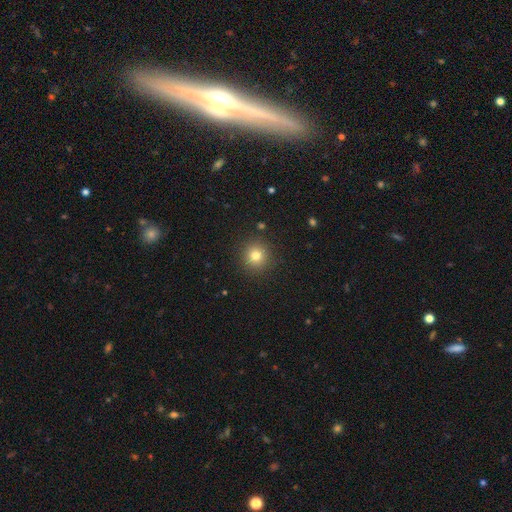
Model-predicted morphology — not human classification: Smooth or featured?
  - smooth: 79% *
  - star or artifact: 14%
  - featured or disk: 8%
How rounded?
  - round: 93% *
  - in between: 6%
  - cigar-shaped: 1%
Merging?
  - none: 90% *
  - minor disturbance: 6%
  - major disturbance: 2%
  - merger: 1%